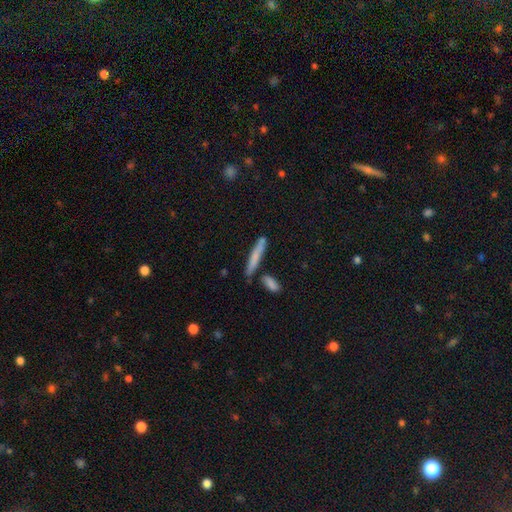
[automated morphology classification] Smooth or featured: smooth — 69% (featured or disk — 25%)
How rounded: cigar-shaped — 93% (in between — 6%)
Merging: none — 75% (minor disturbance — 13%)